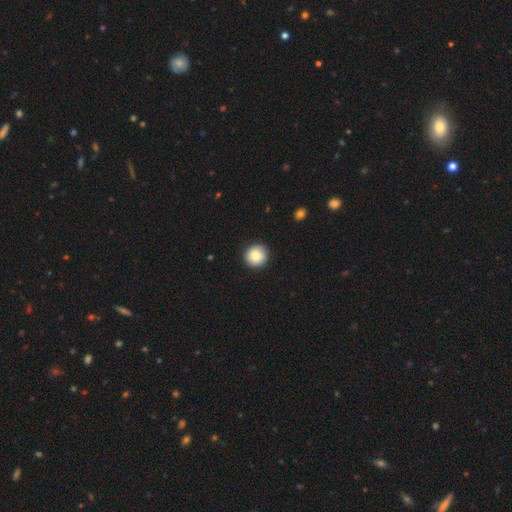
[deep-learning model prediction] Morphology: type=smooth (84%); roundness=round (94%); merging=none (91%).